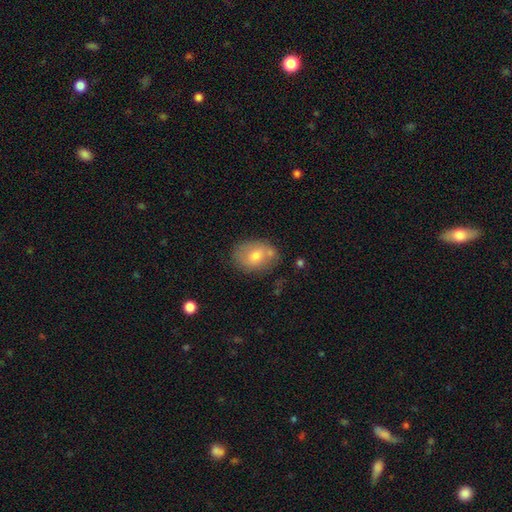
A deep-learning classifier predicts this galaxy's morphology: This appears to be a smooth galaxy with no disk features (66%) that is in between round and cigar-shaped (64%). Merging: none (67%).